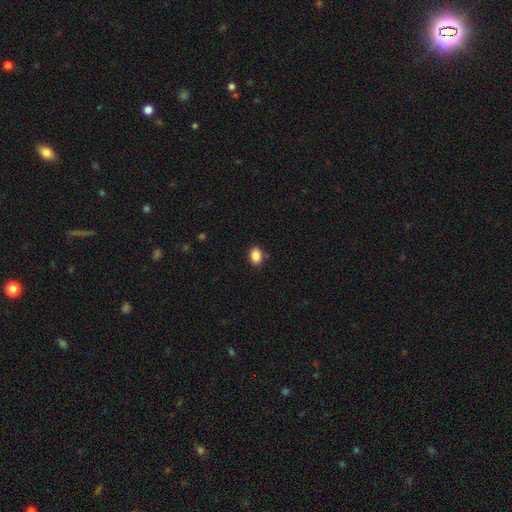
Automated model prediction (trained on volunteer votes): This appears to be a smooth galaxy with no disk features (88%) that is in between round and cigar-shaped (71%). Merging: none (83%).